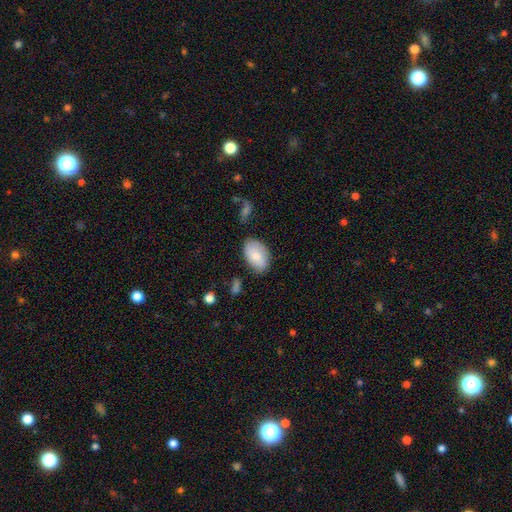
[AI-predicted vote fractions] Morphology: type=smooth (75%); roundness=in between (91%); merging=none (72%).